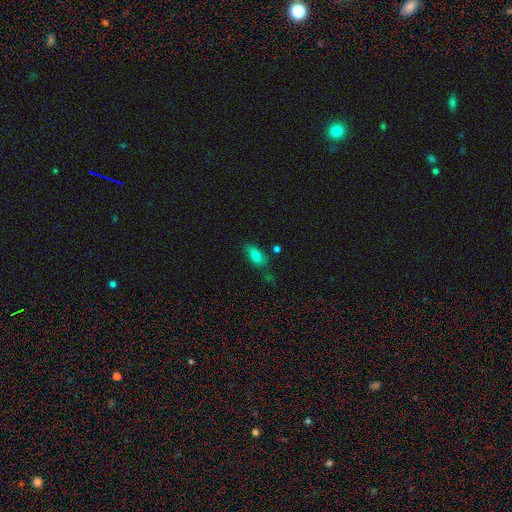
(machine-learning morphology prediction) A smooth galaxy with no disk features (73%) that is in between round and cigar-shaped (83%). Merging: none (71%).